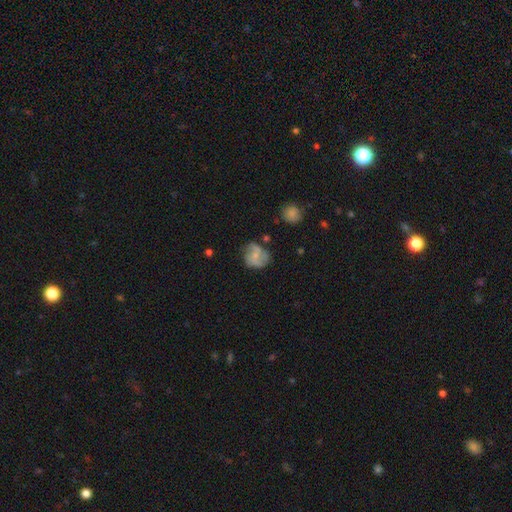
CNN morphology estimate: smooth-or-featured: featured or disk: 56% | smooth: 36% | star or artifact: 8%
  disk-edge-on: no: 98% | yes: 2%
    bar: no: 58% | weak: 34% | strong: 7%
    has-spiral-arms: yes: 81% | no: 19%
    bulge-size: small: 59% | moderate: 27% | none: 12% | large: 2% | dominant: 1%
  merging: none: 57% | minor disturbance: 26% | major disturbance: 12% | merger: 5%